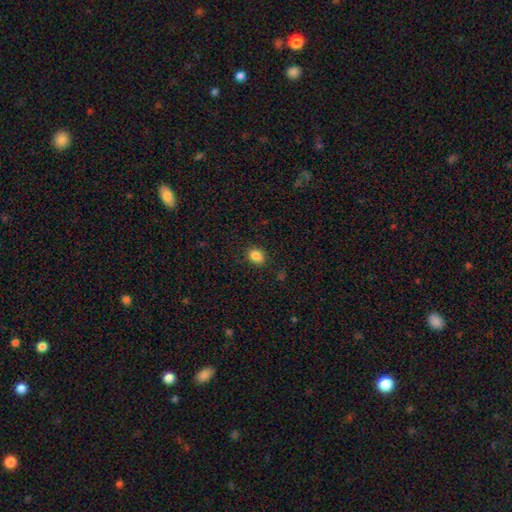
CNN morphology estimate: Smooth or featured? Predicted: smooth (p=0.84). How rounded? Predicted: round (p=0.52). Merging? Predicted: none (p=0.86).